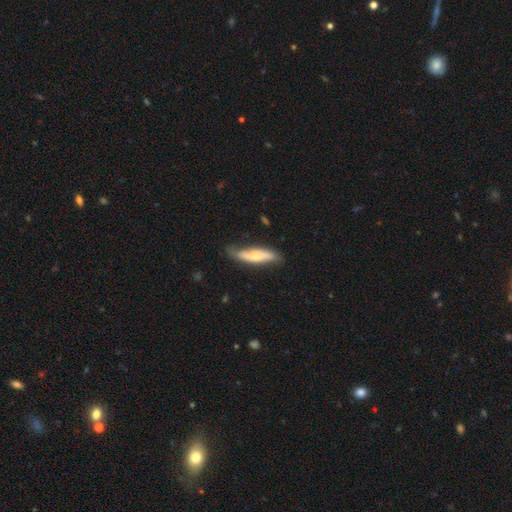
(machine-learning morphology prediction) Smooth or featured? Predicted: featured or disk (p=0.49). Merging? Predicted: none (p=0.69).